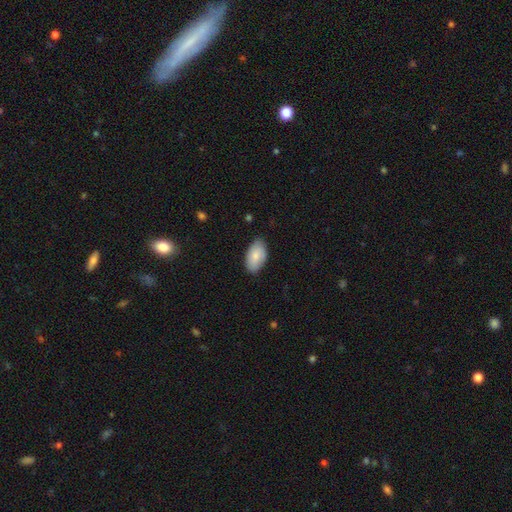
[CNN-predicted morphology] Smooth or featured: smooth — 82% (featured or disk — 12%)
How rounded: in between — 95% (round — 4%)
Merging: none — 80% (minor disturbance — 17%)